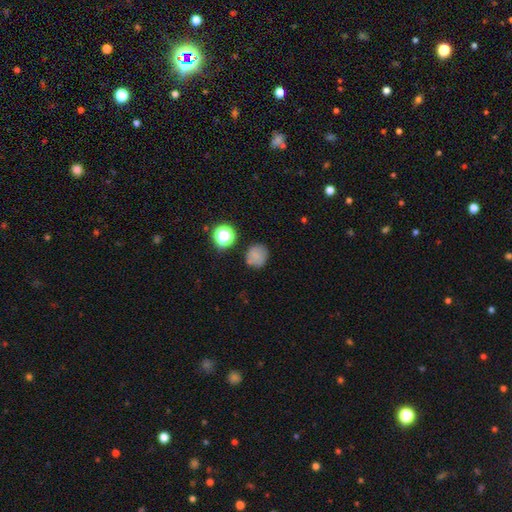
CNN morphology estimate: This is likely a smooth galaxy (75%). How rounded: clearly round (86%). Merging: likely none (74%).